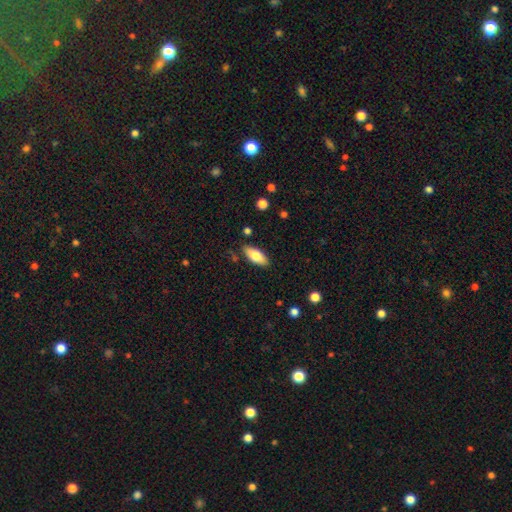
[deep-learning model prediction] Q: Smooth or featured?
A: smooth (75%); runner-up: featured or disk (19%)
Q: How rounded?
A: in between (81%); runner-up: cigar-shaped (17%)
Q: Merging?
A: none (84%); runner-up: minor disturbance (11%)